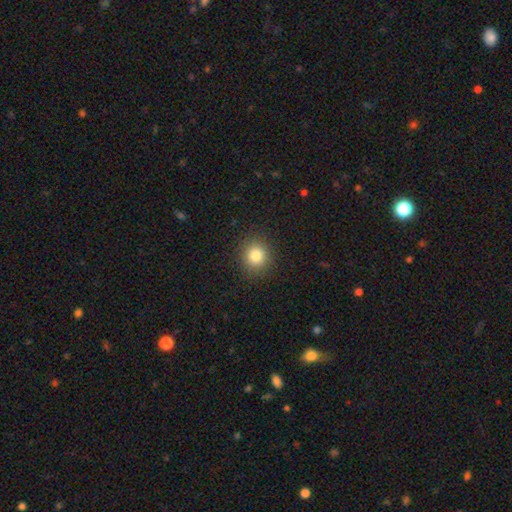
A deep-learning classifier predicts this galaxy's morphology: smooth-or-featured: smooth: 82% | star or artifact: 12% | featured or disk: 6%
  how-rounded: round: 87% | in between: 12% | cigar-shaped: 1%
  merging: none: 90% | minor disturbance: 7% | major disturbance: 2% | merger: 1%